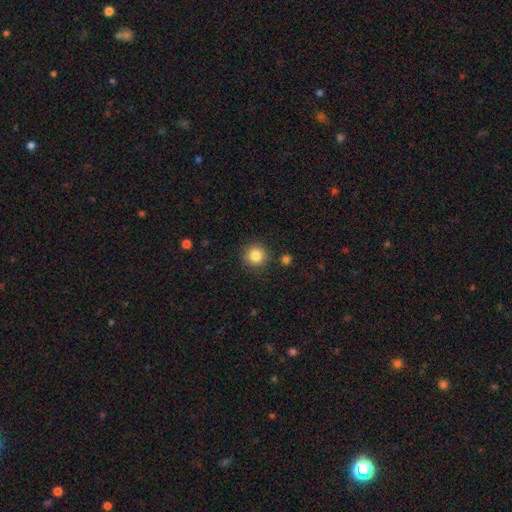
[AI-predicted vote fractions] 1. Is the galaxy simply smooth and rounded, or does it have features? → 84% smooth, 10% star or artifact, 6% featured or disk.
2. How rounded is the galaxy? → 94% round, 5% in between, 1% cigar-shaped.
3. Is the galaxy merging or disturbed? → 89% none, 7% minor disturbance, 2% major disturbance, 2% merger.